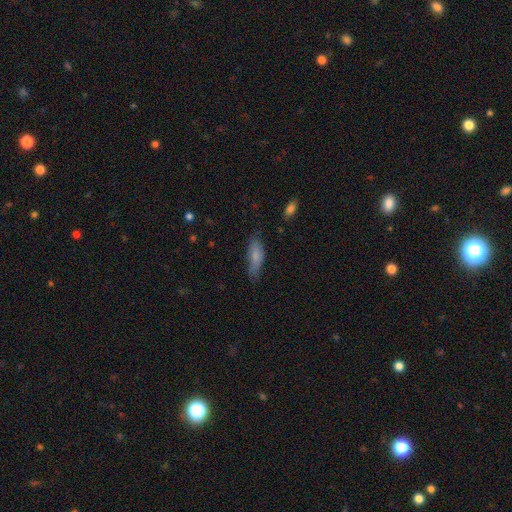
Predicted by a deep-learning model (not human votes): Smooth or featured?
  - smooth: 78% *
  - featured or disk: 15%
  - star or artifact: 7%
How rounded?
  - in between: 61% *
  - cigar-shaped: 37%
  - round: 2%
Merging?
  - none: 62% *
  - minor disturbance: 29%
  - major disturbance: 6%
  - merger: 2%